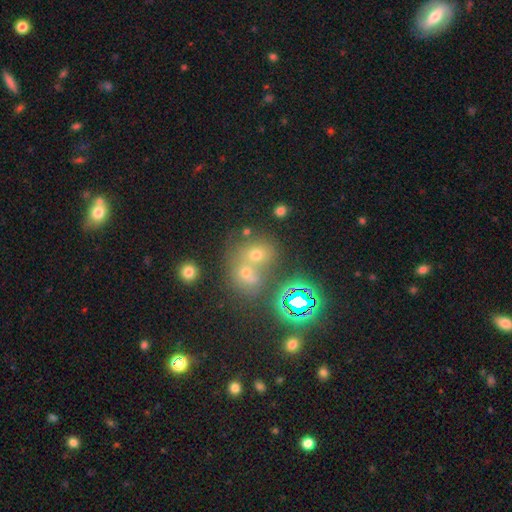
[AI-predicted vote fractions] smooth-or-featured: smooth: 48% | star or artifact: 37% | featured or disk: 16%
  merging: merger: 49% | none: 40% | minor disturbance: 7% | major disturbance: 4%